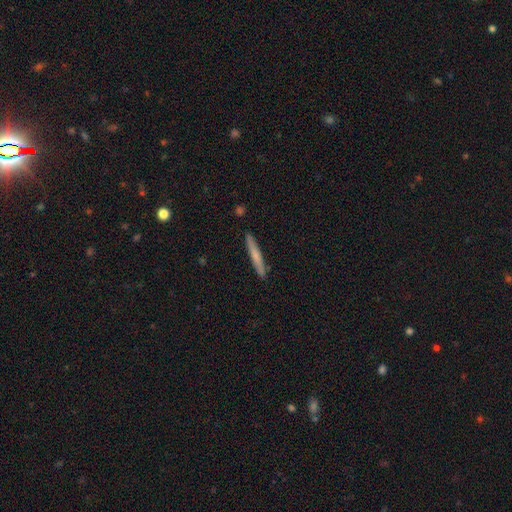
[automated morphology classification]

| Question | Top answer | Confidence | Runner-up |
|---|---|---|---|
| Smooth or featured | smooth | 62% | featured or disk (32%) |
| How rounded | cigar-shaped | 96% | in between (2%) |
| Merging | none | 91% | minor disturbance (7%) |